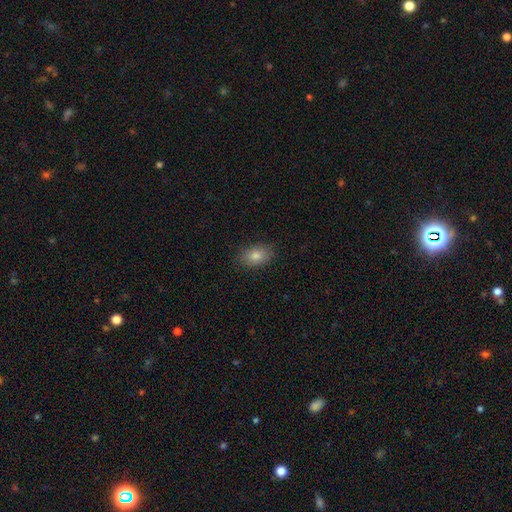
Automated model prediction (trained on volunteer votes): This is clearly a smooth galaxy (81%). How rounded: clearly in between (86%). Merging: clearly none (88%).